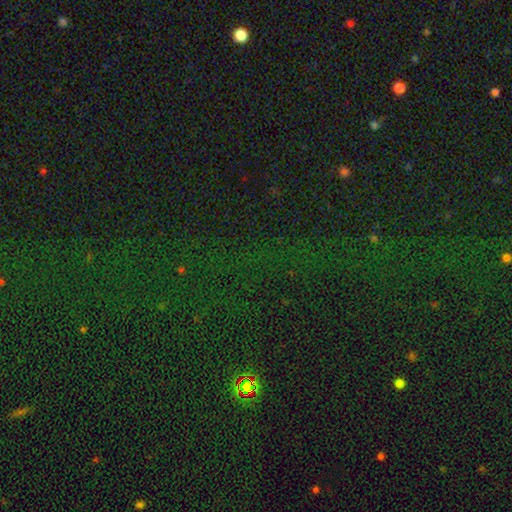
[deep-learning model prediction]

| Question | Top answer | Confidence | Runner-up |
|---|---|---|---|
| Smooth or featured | star or artifact | 80% | smooth (13%) |